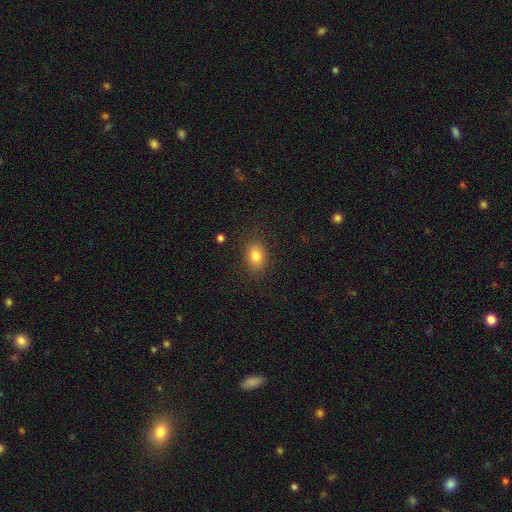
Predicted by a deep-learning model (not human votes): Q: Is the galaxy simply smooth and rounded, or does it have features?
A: smooth — 82%.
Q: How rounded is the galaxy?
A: in between — 65%.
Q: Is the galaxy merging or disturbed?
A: none — 85%.